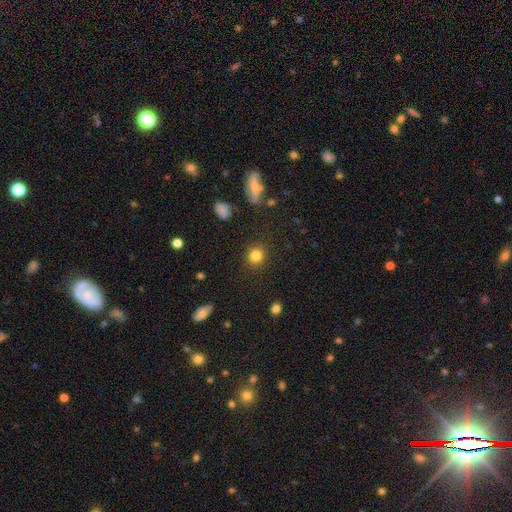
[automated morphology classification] Smooth or featured: smooth — 83% (star or artifact — 12%)
How rounded: round — 87% (in between — 12%)
Merging: none — 89% (minor disturbance — 7%)